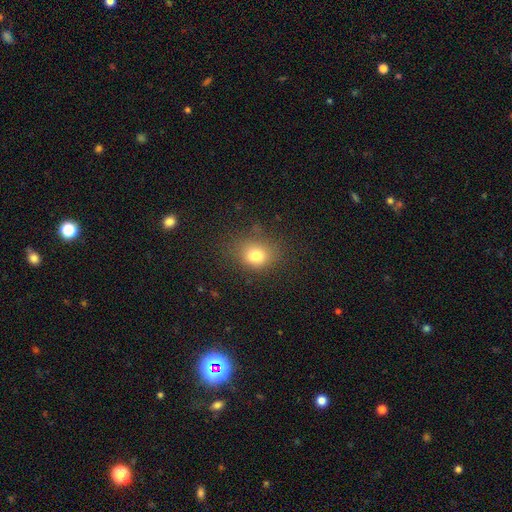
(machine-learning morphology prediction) smooth-or-featured: smooth: 78% | star or artifact: 14% | featured or disk: 8%
  how-rounded: round: 54% | in between: 45% | cigar-shaped: 1%
  merging: none: 73% | minor disturbance: 18% | major disturbance: 7% | merger: 2%